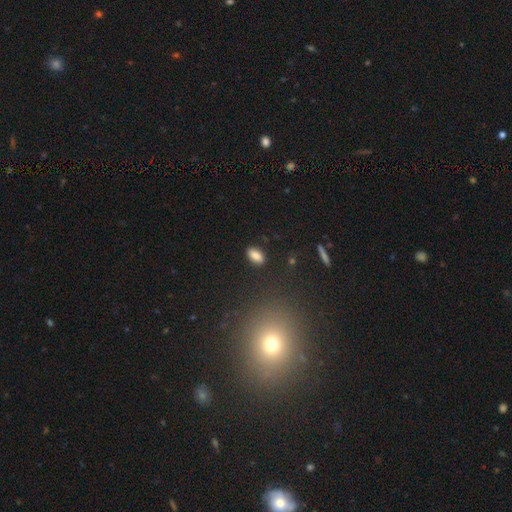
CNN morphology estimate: Smooth or featured?
  - smooth: 85% *
  - star or artifact: 9%
  - featured or disk: 6%
How rounded?
  - in between: 90% *
  - round: 5%
  - cigar-shaped: 5%
Merging?
  - none: 86% *
  - minor disturbance: 10%
  - major disturbance: 2%
  - merger: 2%